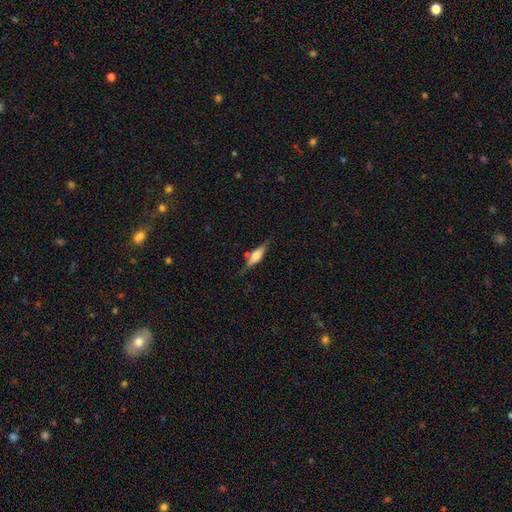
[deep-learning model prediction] Overall: featured or disk (57%; smooth 36%). Edge-on disk: yes (94%). Edge-on bulge: rounded (79%). Merging: none (75%).